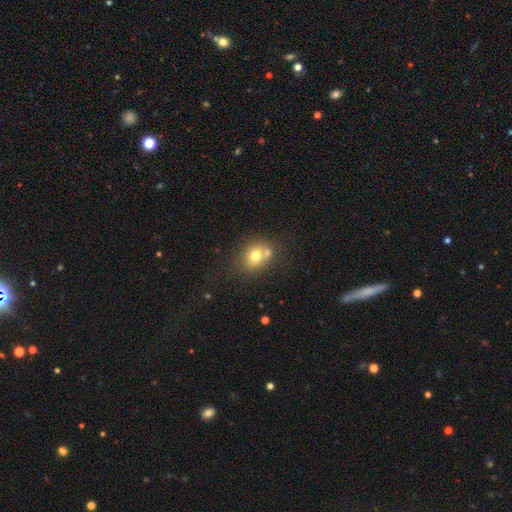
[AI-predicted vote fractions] Smooth or featured? smooth (70%)
How rounded? round (63%)
Merging? none (48%)